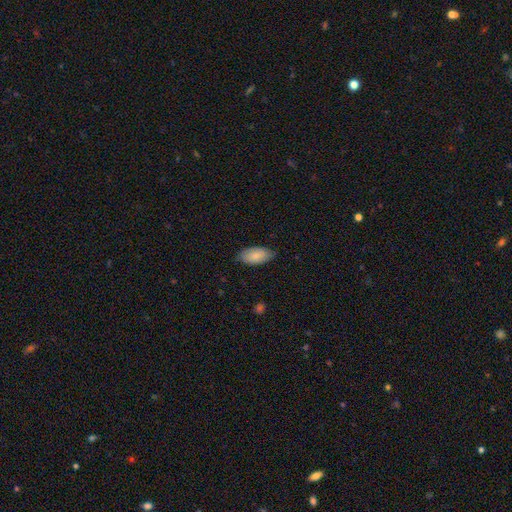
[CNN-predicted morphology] Smooth or featured? Predicted: smooth (p=0.84). How rounded? Predicted: in between (p=0.94). Merging? Predicted: none (p=0.80).